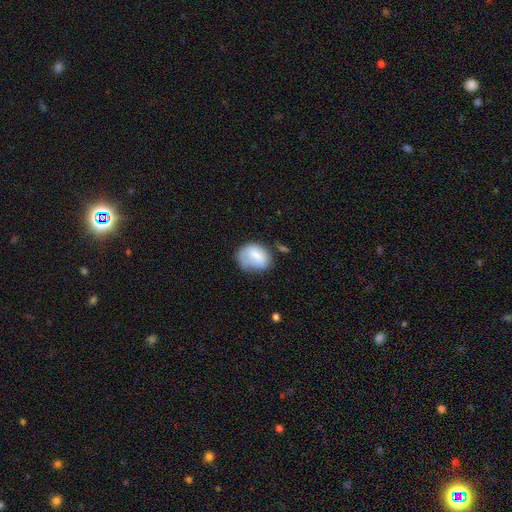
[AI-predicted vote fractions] The model was most divided on "merging": none: 47%, minor disturbance: 33%, major disturbance: 14%, merger: 6%. More confident: smooth or featured — smooth (77%); how rounded — in between (61%).